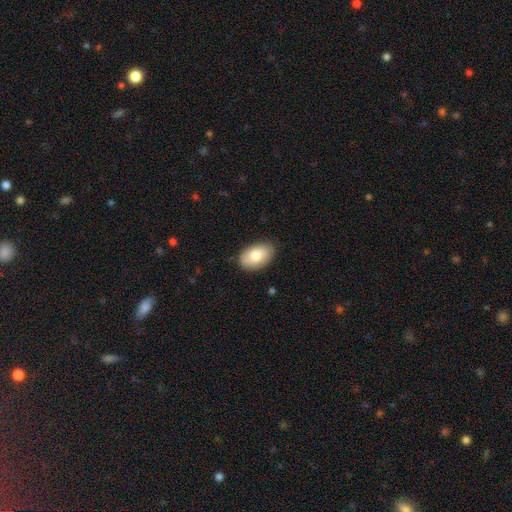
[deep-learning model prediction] Smooth or featured?
  - smooth: 81% *
  - featured or disk: 12%
  - star or artifact: 6%
How rounded?
  - in between: 93% *
  - round: 6%
  - cigar-shaped: 1%
Merging?
  - none: 85% *
  - minor disturbance: 11%
  - major disturbance: 2%
  - merger: 1%